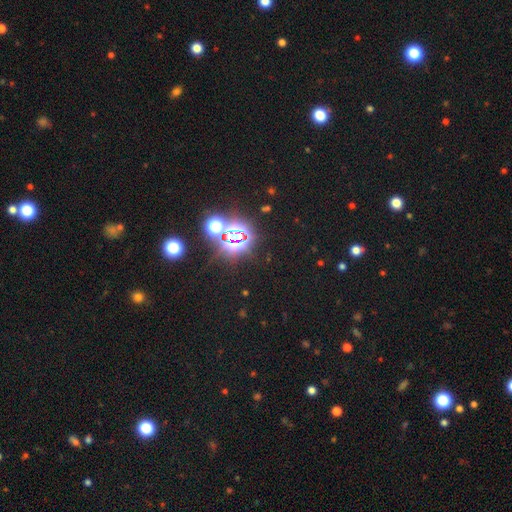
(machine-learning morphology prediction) star or artifact 76%, smooth 17%, featured or disk 6%.